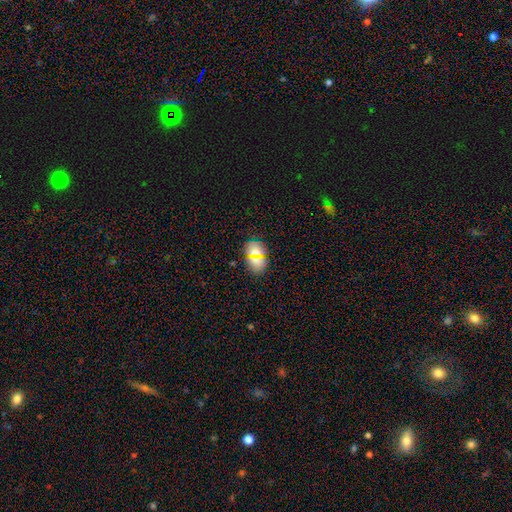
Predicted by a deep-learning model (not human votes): This appears to be a smooth galaxy with no disk features (70%) that is in between round and cigar-shaped (62%). Merging: none (85%).